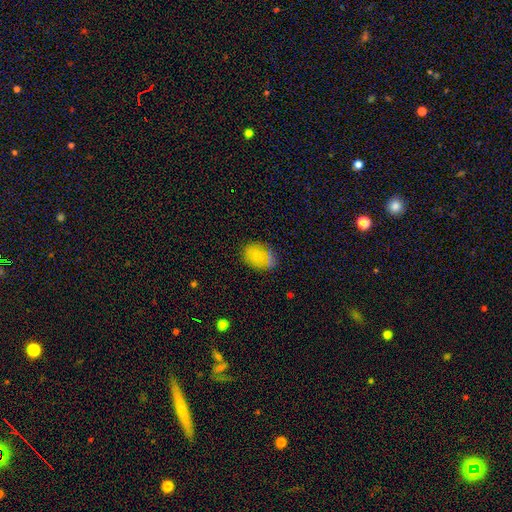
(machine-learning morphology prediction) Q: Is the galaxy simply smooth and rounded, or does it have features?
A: smooth — 75%.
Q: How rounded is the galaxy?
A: in between — 58%.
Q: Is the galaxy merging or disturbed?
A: none — 78%.